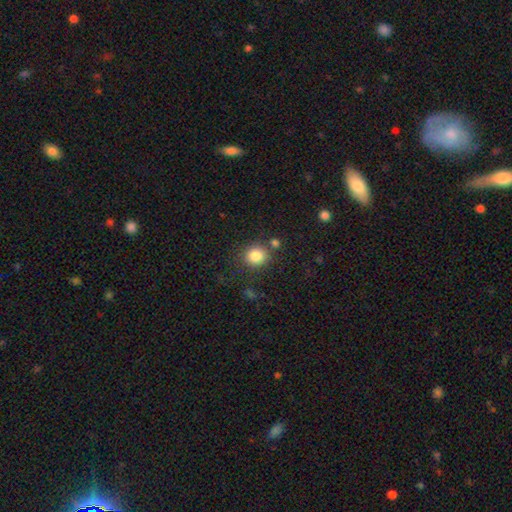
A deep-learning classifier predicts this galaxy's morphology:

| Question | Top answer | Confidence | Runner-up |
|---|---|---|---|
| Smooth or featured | smooth | 84% | star or artifact (10%) |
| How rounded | round | 82% | in between (17%) |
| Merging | none | 78% | minor disturbance (10%) |